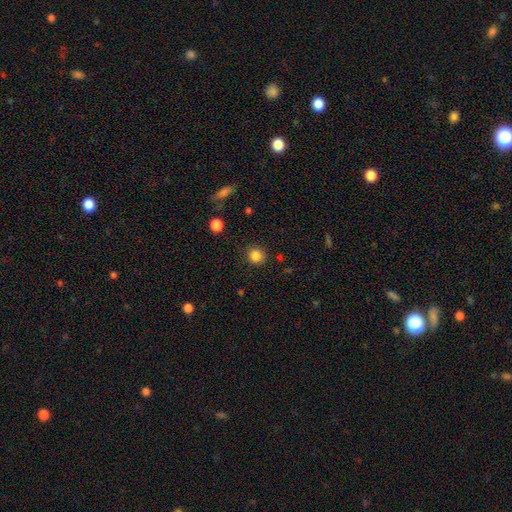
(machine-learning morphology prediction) Q: Smooth or featured?
A: smooth (84%); runner-up: star or artifact (11%)
Q: How rounded?
A: round (90%); runner-up: in between (9%)
Q: Merging?
A: none (88%); runner-up: minor disturbance (7%)